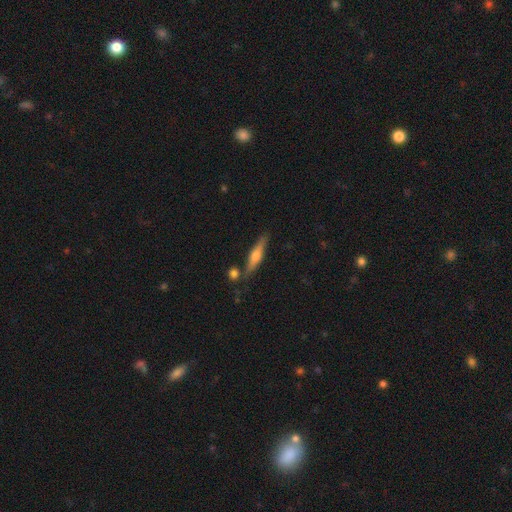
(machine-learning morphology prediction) A featured or disk galaxy (56%) viewed edge-on (95%) with a rounded central bulge (87%). Merging: none (78%).